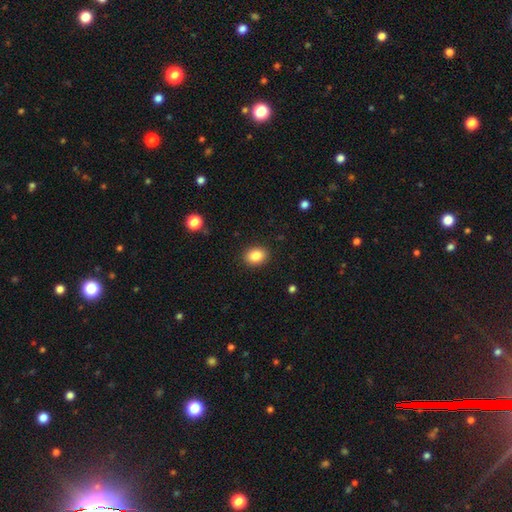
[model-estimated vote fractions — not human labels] A smooth galaxy with no disk features (86%) that is in between round and cigar-shaped (61%). Merging: none (89%).